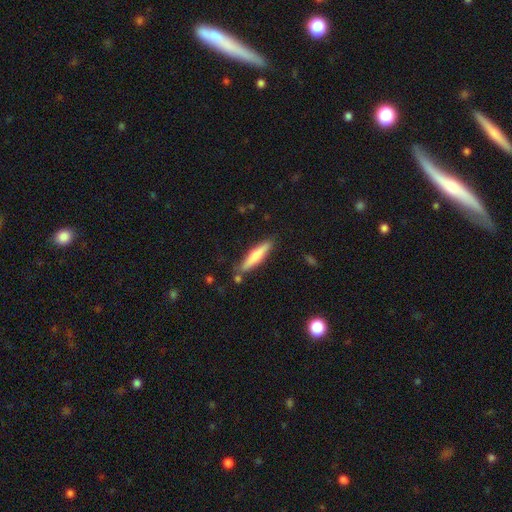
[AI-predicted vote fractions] smooth_or_featured: smooth (p=0.66) [alt: featured or disk p=0.28]
how_rounded: cigar-shaped (p=0.85) [alt: in between p=0.14]
merging: none (p=0.81) [alt: minor disturbance p=0.12]